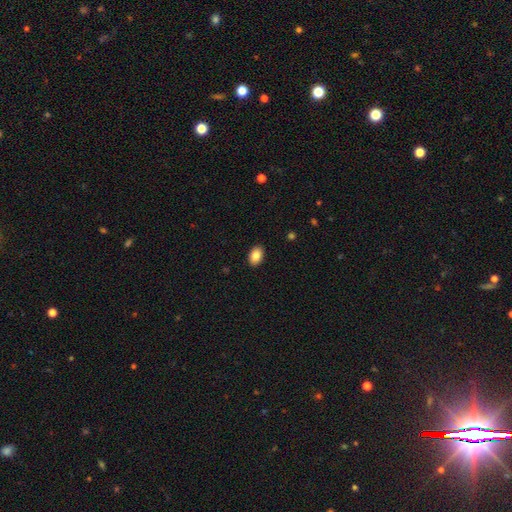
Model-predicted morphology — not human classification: A smooth galaxy with no disk features (86%) that is in between round and cigar-shaped (86%).

Vote fractions:
- Smooth or featured? smooth: 86% / star or artifact: 8% / featured or disk: 6%
- How rounded? in between: 86% / round: 13% / cigar-shaped: 1%
- Merging? none: 90% / minor disturbance: 7% / major disturbance: 2% / merger: 1%